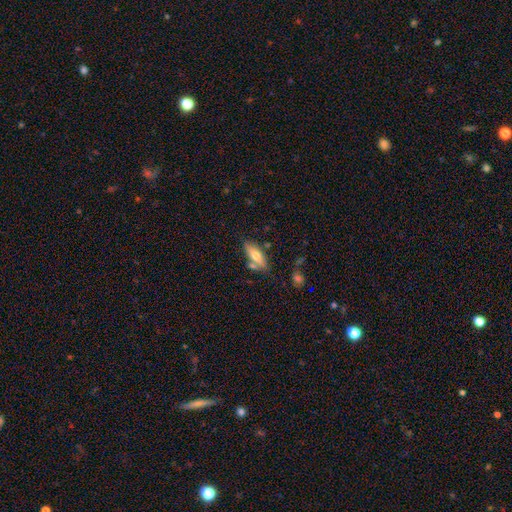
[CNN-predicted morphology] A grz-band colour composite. It shows a smooth galaxy with no disk features (59%) that is in between round and cigar-shaped (56%). Merging: none (66%).